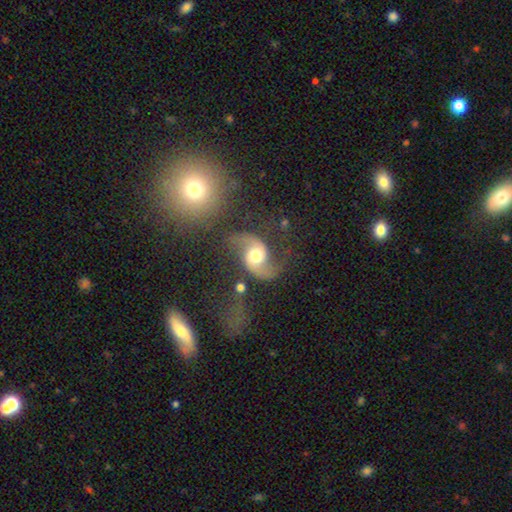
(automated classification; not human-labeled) Q: Smooth or featured?
A: featured or disk (84%); runner-up: smooth (9%)
Q: Edge-on disk?
A: no (97%); runner-up: yes (3%)
Q: Bar?
A: no (60%); runner-up: weak (31%)
Q: Spiral arms?
A: yes (96%); runner-up: no (4%)
Q: Spiral winding?
A: loose (62%); runner-up: medium (31%)
Q: Spiral arm count?
A: 2 (93%); runner-up: can't tell (2%)
Q: Bulge size?
A: moderate (65%); runner-up: large (22%)
Q: Merging?
A: none (64%); runner-up: minor disturbance (17%)